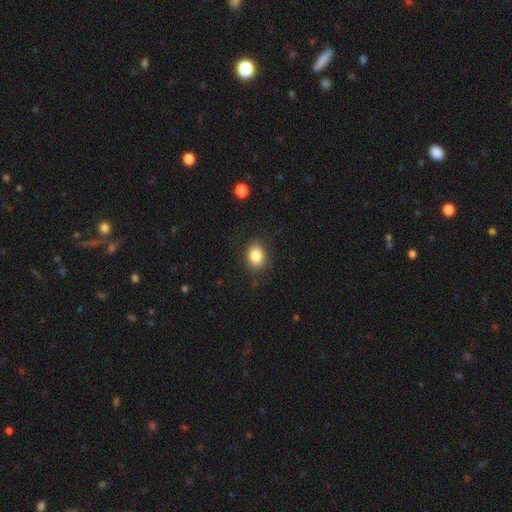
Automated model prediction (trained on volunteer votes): A smooth galaxy with no disk features (84%) that is in between round and cigar-shaped (64%).

Vote fractions:
- Smooth or featured? smooth: 84% / star or artifact: 9% / featured or disk: 7%
- How rounded? in between: 64% / round: 35% / cigar-shaped: 1%
- Merging? none: 84% / minor disturbance: 12% / major disturbance: 4% / merger: 1%